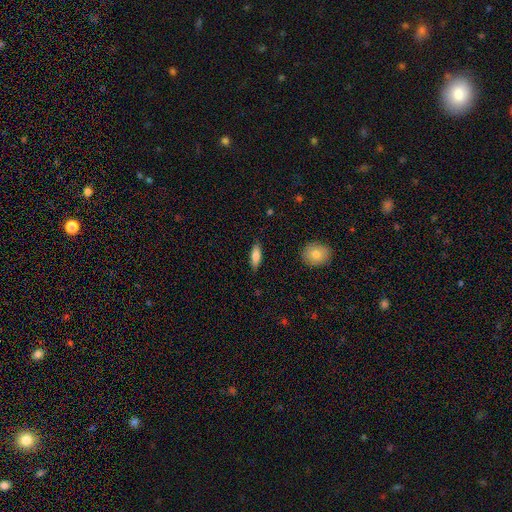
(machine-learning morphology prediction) Smooth or featured? Predicted: smooth (p=0.79). How rounded? Predicted: in between (p=0.53). Merging? Predicted: none (p=0.86).